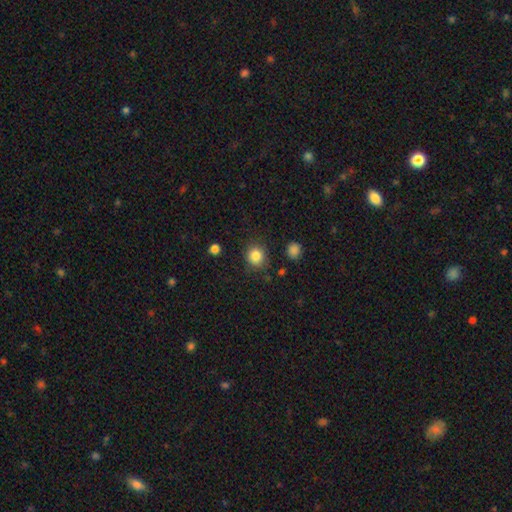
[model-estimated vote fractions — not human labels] smooth_or_featured: smooth (p=0.85) [alt: star or artifact p=0.10]
how_rounded: round (p=0.86) [alt: in between p=0.13]
merging: none (p=0.83) [alt: minor disturbance p=0.11]